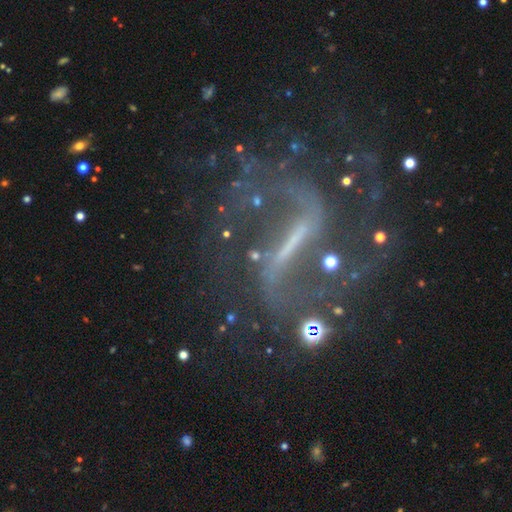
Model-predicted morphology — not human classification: The model was most divided on "bulge size": none: 40%, small: 32%, moderate: 19%, large: 5%, dominant: 4%. More confident: edge-on disk — no (83%); smooth or featured — featured or disk (67%); spiral arms — yes (67%); bar — strong (66%); merging — none (54%).